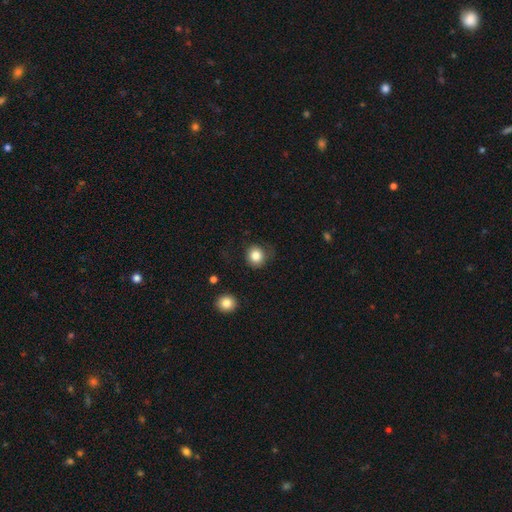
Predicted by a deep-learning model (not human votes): This appears to be a smooth galaxy with no disk features (83%) that is round (86%). Merging: none (73%).